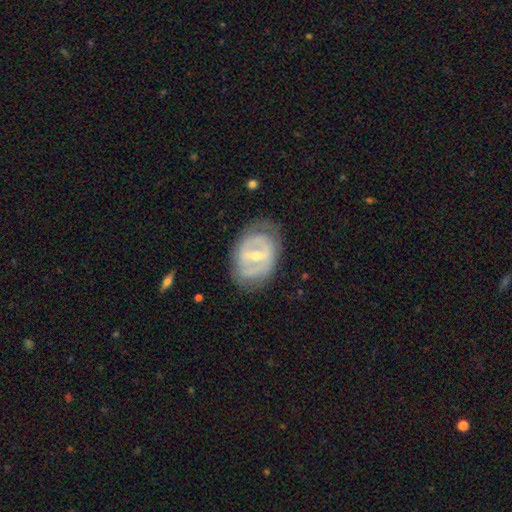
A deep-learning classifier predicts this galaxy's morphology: Smooth or featured: featured or disk — 73% (smooth — 21%)
Edge-on disk: no — 94% (yes — 6%)
Bar: strong — 52% (weak — 36%)
Spiral arms: no — 58% (yes — 42%)
Bulge size: moderate — 49% (small — 46%)
Merging: none — 68% (minor disturbance — 21%)